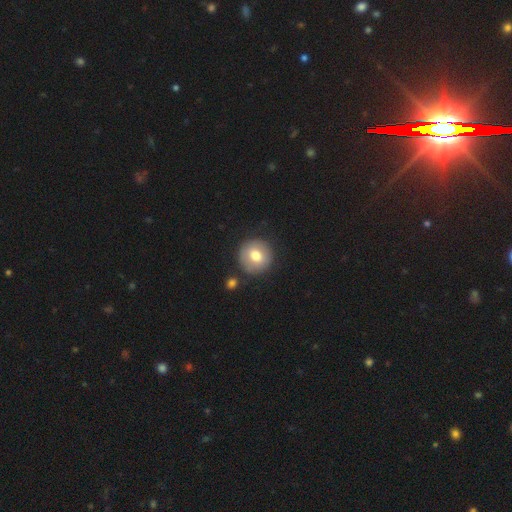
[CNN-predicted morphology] Smooth or featured: smooth — 73% (featured or disk — 19%)
How rounded: round — 94% (in between — 5%)
Merging: none — 83% (minor disturbance — 10%)